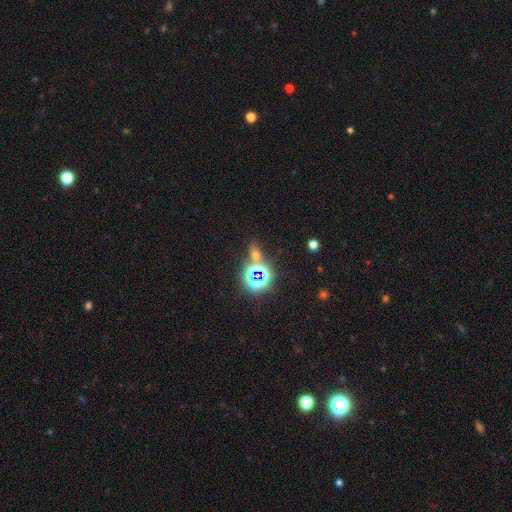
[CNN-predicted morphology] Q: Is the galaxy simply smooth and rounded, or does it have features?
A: star or artifact — 55%.